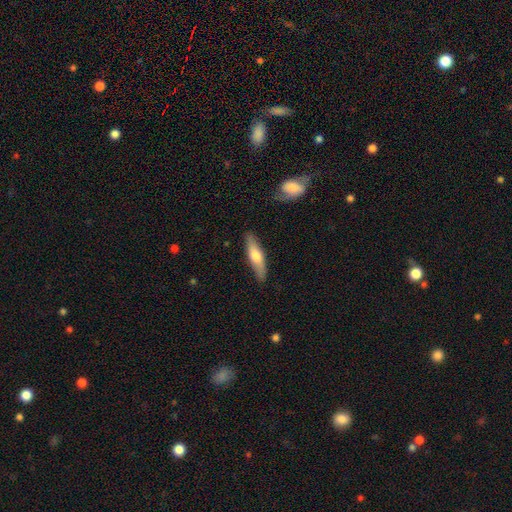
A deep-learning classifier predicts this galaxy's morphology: The model was most divided on "smooth or featured": smooth: 57%, featured or disk: 38%, star or artifact: 5%. More confident: merging — none (86%); how rounded — cigar-shaped (73%).